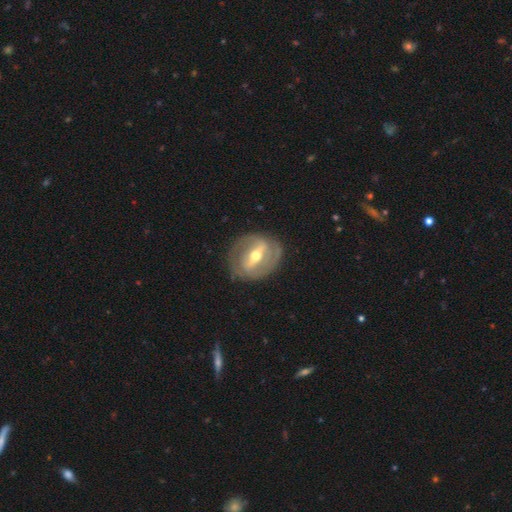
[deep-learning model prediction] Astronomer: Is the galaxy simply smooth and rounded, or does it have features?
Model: featured or disk — 79%.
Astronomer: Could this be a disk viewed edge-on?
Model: no — 91%.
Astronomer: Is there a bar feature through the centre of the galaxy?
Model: strong — 63%.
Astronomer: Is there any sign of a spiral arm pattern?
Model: yes — 69%.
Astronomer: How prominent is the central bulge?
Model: moderate — 67%.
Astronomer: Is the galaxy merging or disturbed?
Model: none — 76%.